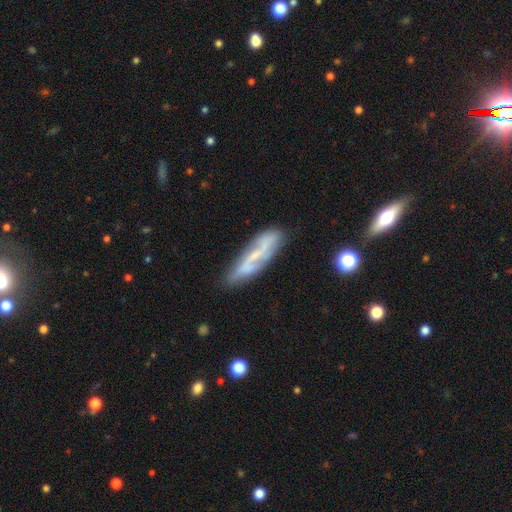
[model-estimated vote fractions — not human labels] Q: Smooth or featured?
A: featured or disk (64%); runner-up: smooth (29%)
Q: Edge-on disk?
A: no (69%); runner-up: yes (31%)
Q: Merging?
A: none (68%); runner-up: minor disturbance (20%)